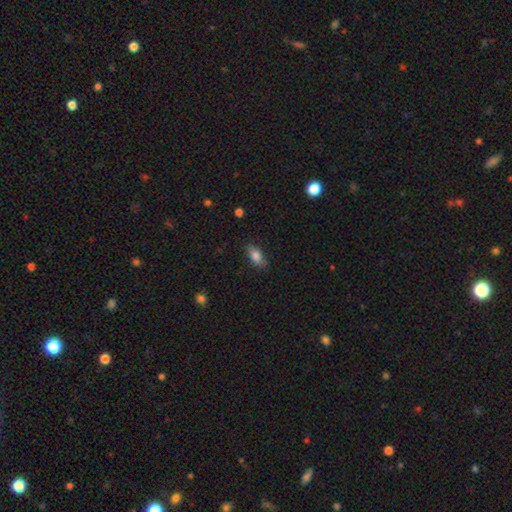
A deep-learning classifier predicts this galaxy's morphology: Smooth or featured? Predicted: smooth (p=0.84). How rounded? Predicted: in between (p=0.88). Merging? Predicted: none (p=0.83).